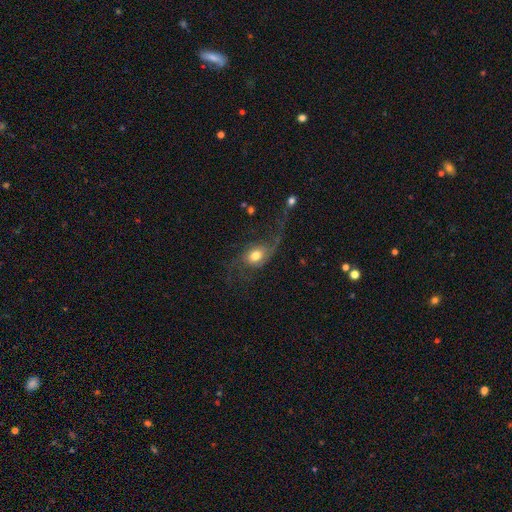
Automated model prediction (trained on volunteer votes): Morphology: type=featured or disk (61%); edge-on=no (94%); bar=no (67%); spiral arms=yes (84%); bulge=moderate (57%); merging=major disturbance (43%).